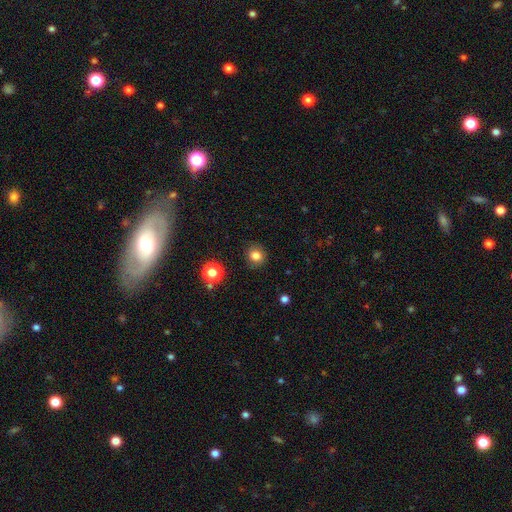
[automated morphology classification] A smooth galaxy with no disk features (82%) that is round (85%).

Vote fractions:
- Smooth or featured? smooth: 82% / star or artifact: 13% / featured or disk: 5%
- How rounded? round: 85% / in between: 14% / cigar-shaped: 1%
- Merging? none: 88% / minor disturbance: 8% / major disturbance: 3% / merger: 1%